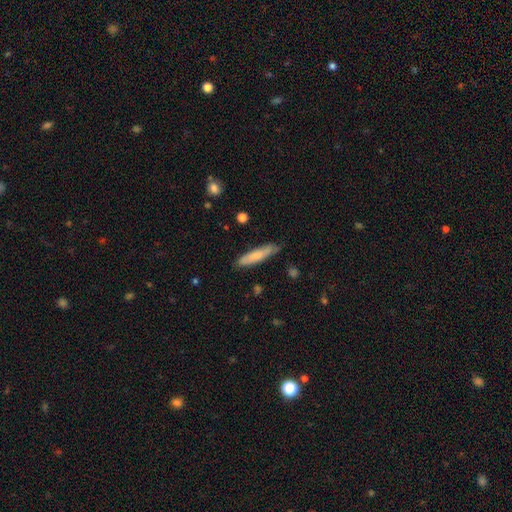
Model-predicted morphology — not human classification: Smooth or featured? smooth (74%)
How rounded? cigar-shaped (83%)
Merging? none (80%)